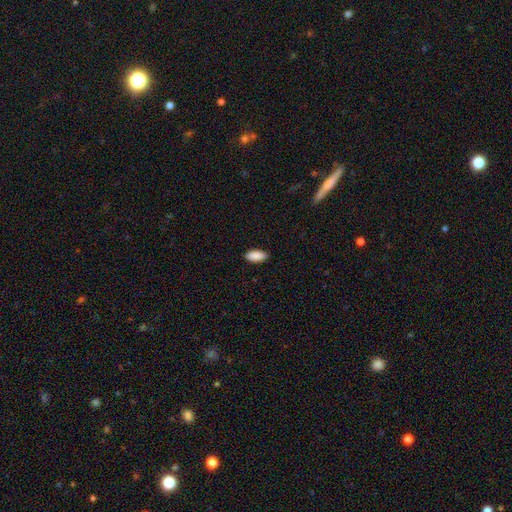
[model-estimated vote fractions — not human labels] This is clearly a smooth galaxy (90%). How rounded: clearly in between (90%). Merging: clearly none (88%).